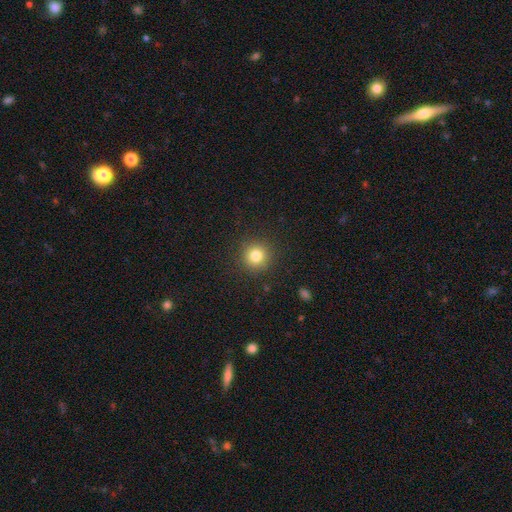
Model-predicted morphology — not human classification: smooth 81%, star or artifact 12%, featured or disk 7%. Down the decision tree: how rounded — round (94%); merging — none (90%).